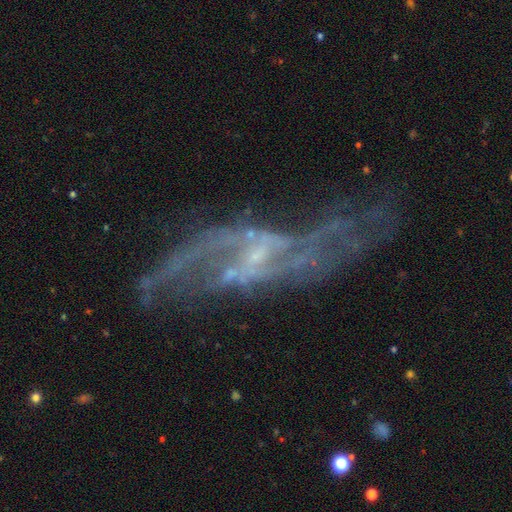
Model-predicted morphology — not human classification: The model was most divided on "bar": weak: 45%, no: 35%, strong: 20%. More confident: edge-on disk — no (88%); spiral arms — yes (86%); smooth or featured — featured or disk (84%); spiral arm count — 2 (69%); bulge size — small (67%); spiral winding — loose (64%); merging — none (54%).